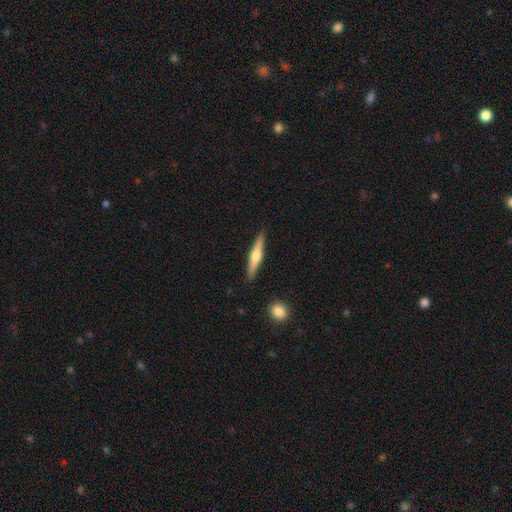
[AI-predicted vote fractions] Smooth or featured?
  - featured or disk: 63% *
  - smooth: 32%
  - star or artifact: 5%
Edge-on disk?
  - yes: 97% *
  - no: 3%
Edge-on bulge?
  - rounded: 92% *
  - boxy: 5%
  - none: 3%
Merging?
  - none: 90% *
  - minor disturbance: 7%
  - major disturbance: 2%
  - merger: 1%